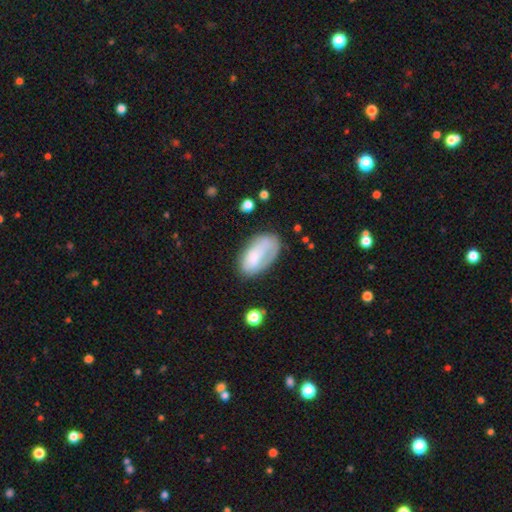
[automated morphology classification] This is likely a smooth galaxy (63%). How rounded: clearly in between (93%). Merging: possibly none (51%).